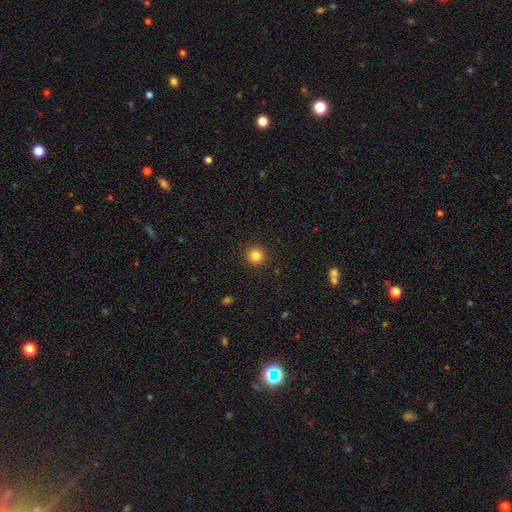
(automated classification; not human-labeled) smooth 84%, star or artifact 11%, featured or disk 4%. Down the decision tree: how rounded — round (94%); merging — none (92%).